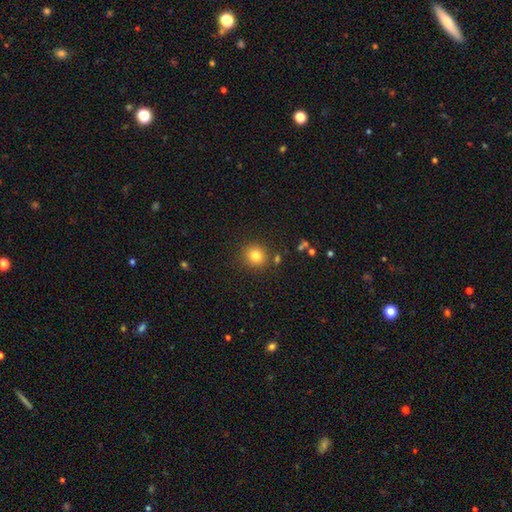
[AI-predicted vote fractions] Smooth or featured? Predicted: smooth (p=0.80). How rounded? Predicted: round (p=0.89). Merging? Predicted: none (p=0.85).